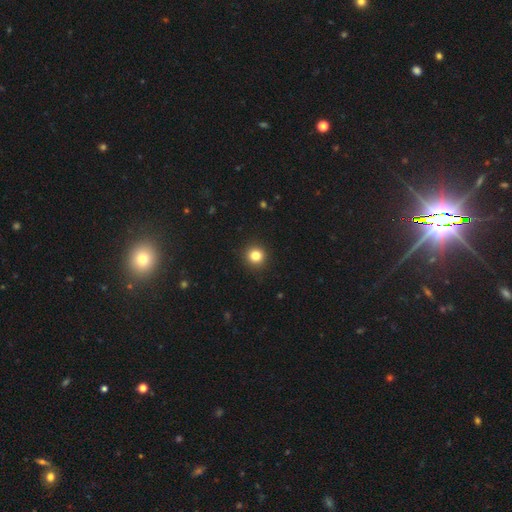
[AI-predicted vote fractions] Smooth or featured? smooth (83%)
How rounded? round (93%)
Merging? none (92%)